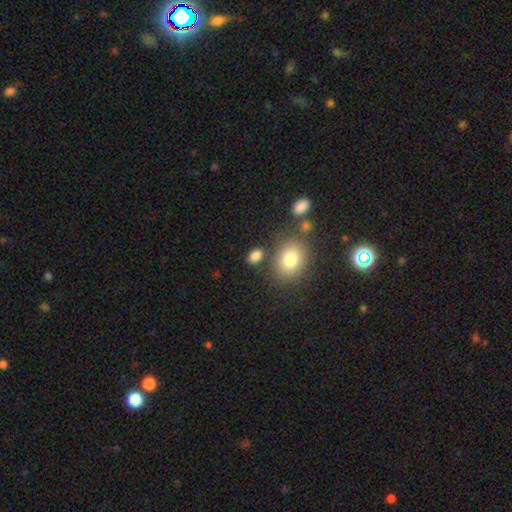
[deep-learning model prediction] Smooth or featured? smooth (82%)
How rounded? in between (76%)
Merging? none (73%)